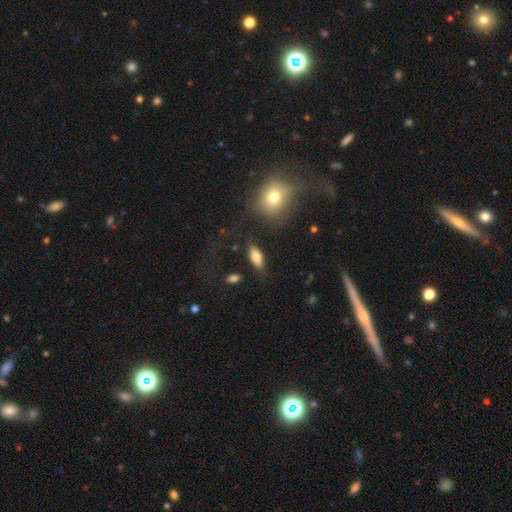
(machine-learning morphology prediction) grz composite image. It shows a smooth galaxy with no disk features (77%) that is in between round and cigar-shaped (79%). Merging: none (80%).